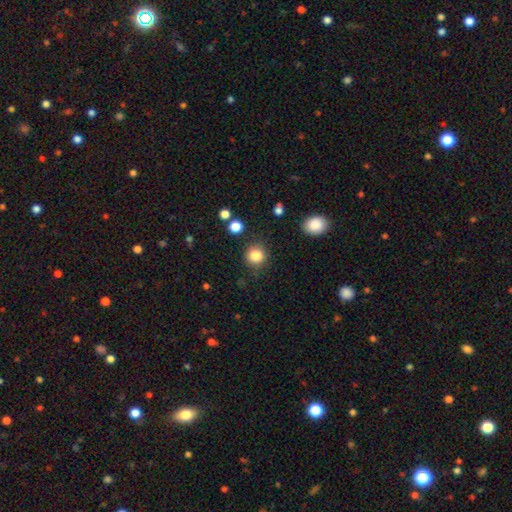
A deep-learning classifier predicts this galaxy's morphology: Q: Smooth or featured?
A: smooth (84%); runner-up: star or artifact (11%)
Q: How rounded?
A: round (90%); runner-up: in between (9%)
Q: Merging?
A: none (84%); runner-up: minor disturbance (10%)